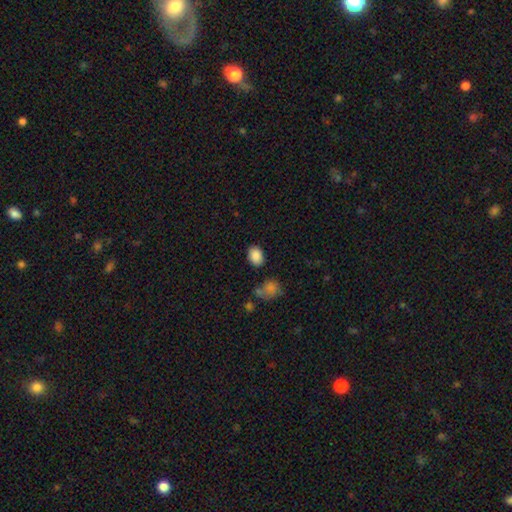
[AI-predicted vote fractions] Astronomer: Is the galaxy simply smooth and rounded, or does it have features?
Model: smooth — 88%.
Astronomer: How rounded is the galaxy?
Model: in between — 75%.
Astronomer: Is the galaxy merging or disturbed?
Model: none — 82%.